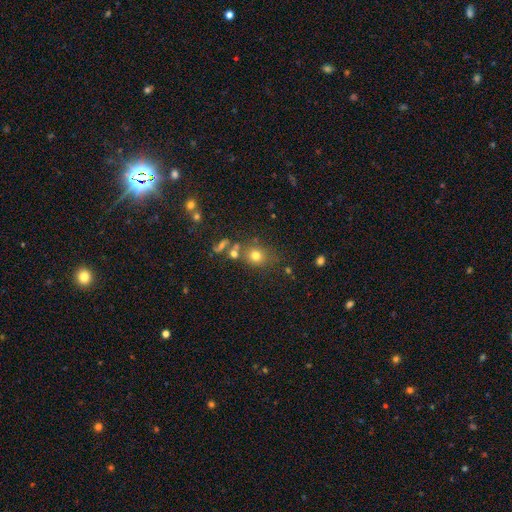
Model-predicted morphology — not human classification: This appears to be a smooth galaxy with no disk features (71%) that is round (71%). Merging: none (66%).